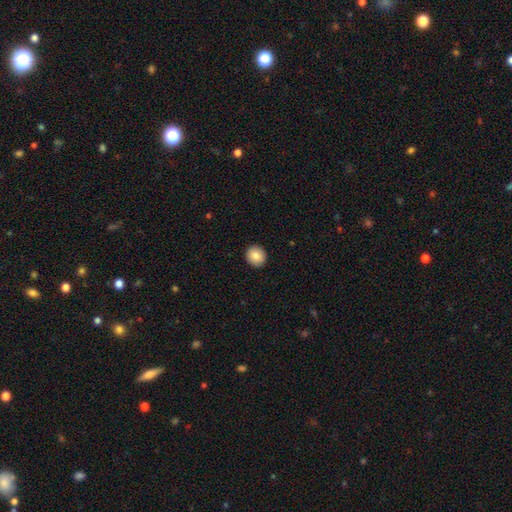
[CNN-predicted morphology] Smooth or featured? smooth (85%)
How rounded? round (84%)
Merging? none (92%)